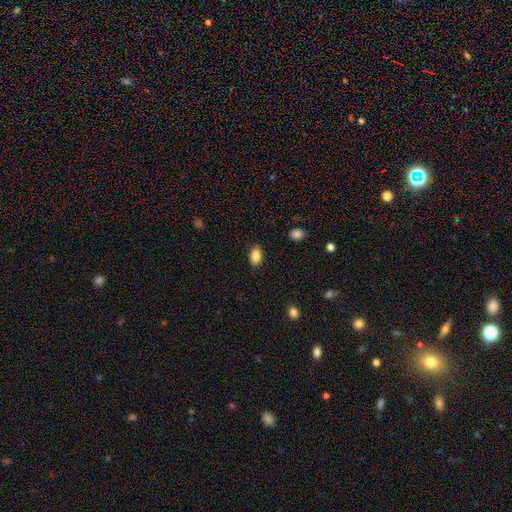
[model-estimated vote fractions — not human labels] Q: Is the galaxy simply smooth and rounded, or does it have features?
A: smooth — 87%.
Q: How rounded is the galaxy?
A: in between — 90%.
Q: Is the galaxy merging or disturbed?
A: none — 87%.